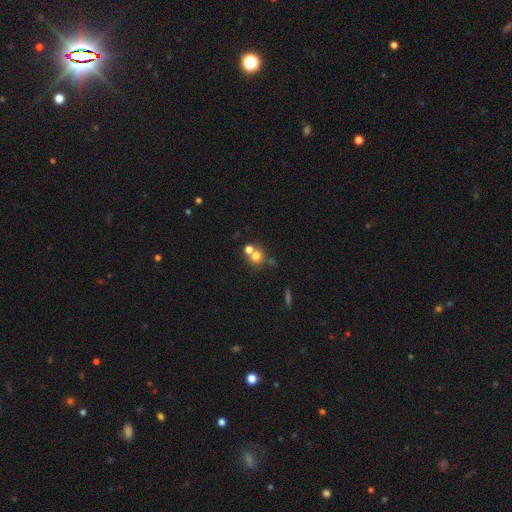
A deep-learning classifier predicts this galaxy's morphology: smooth 71%, featured or disk 15%, star or artifact 14%. Down the decision tree: how rounded — round (84%); merging — merger (48%).